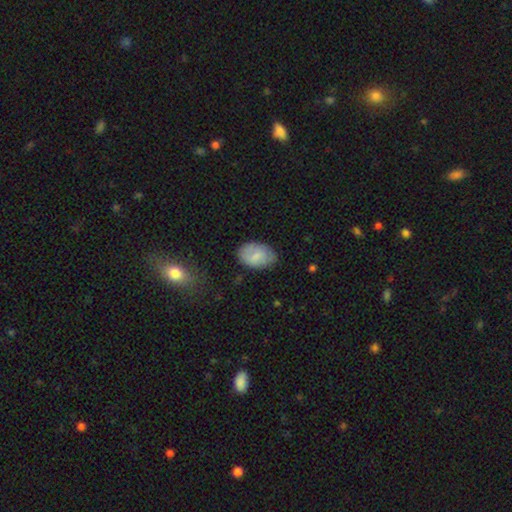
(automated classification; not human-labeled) Overall: smooth (75%). How rounded: in between (89%). Merging: none (74%).